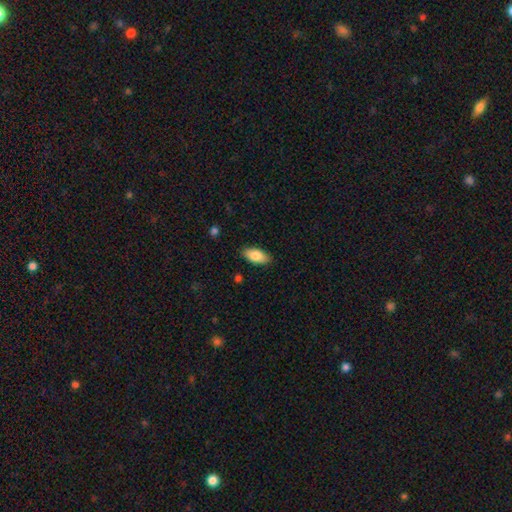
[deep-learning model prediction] smooth-or-featured: smooth: 84% | featured or disk: 10% | star or artifact: 6%
  how-rounded: in between: 90% | cigar-shaped: 7% | round: 2%
  merging: none: 87% | minor disturbance: 10% | major disturbance: 2% | merger: 1%